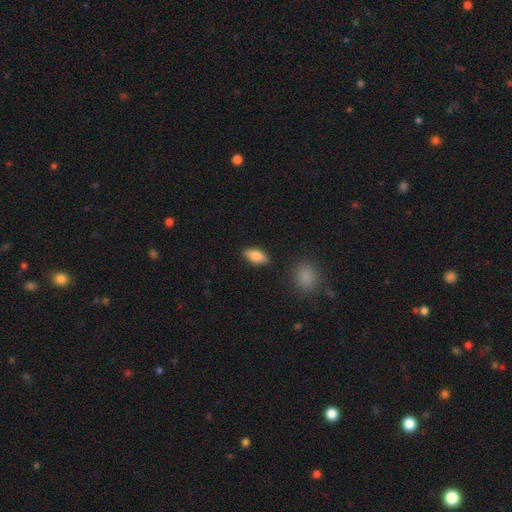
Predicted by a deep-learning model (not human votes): Q: Smooth or featured?
A: smooth (82%); runner-up: featured or disk (11%)
Q: How rounded?
A: in between (88%); runner-up: cigar-shaped (9%)
Q: Merging?
A: none (85%); runner-up: minor disturbance (11%)